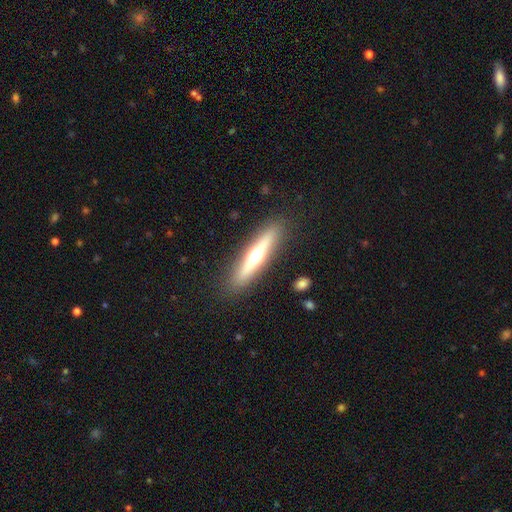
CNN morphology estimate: This is likely a featured or disk galaxy (61%). It is clearly viewed edge-on (94%). Edge-on bulge: clearly rounded (93%). Merging: clearly none (89%).